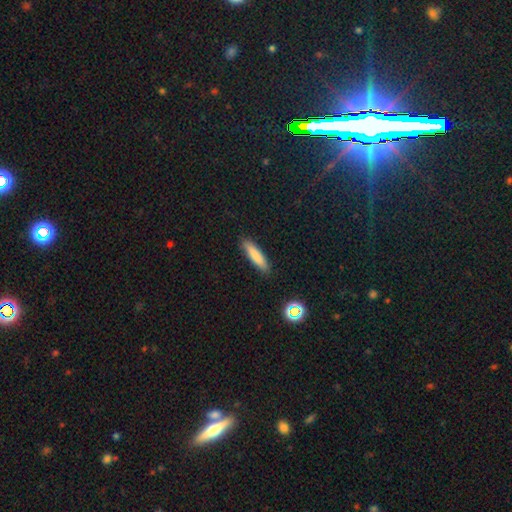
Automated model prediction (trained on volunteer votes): Overall: smooth (82%). How rounded: cigar-shaped (78%). Merging: none (88%).